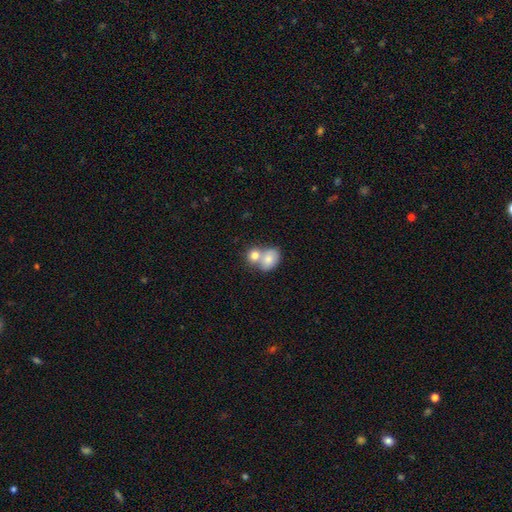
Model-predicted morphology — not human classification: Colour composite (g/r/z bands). It shows a smooth galaxy with no disk features (74%) that is round (57%). Merging: merger (63%).